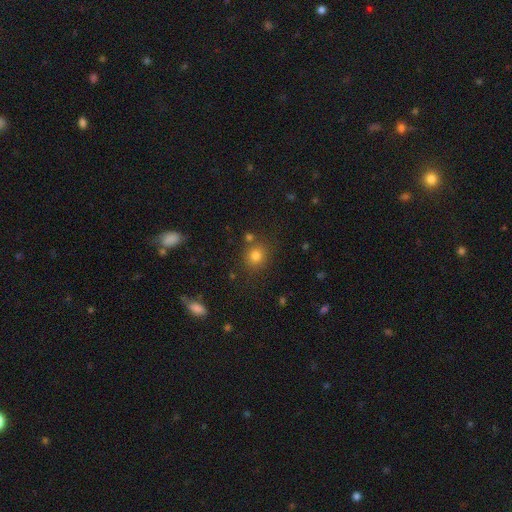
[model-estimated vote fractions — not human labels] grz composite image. It shows a smooth galaxy with no disk features (77%) that is round (84%). Merging: none (78%).